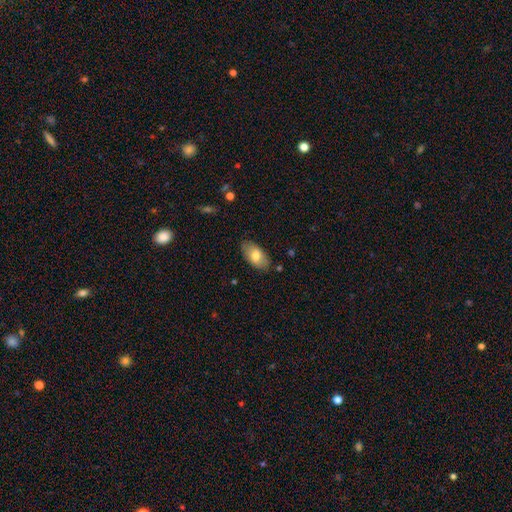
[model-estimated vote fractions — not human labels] smooth 75%, featured or disk 19%, star or artifact 6%. Down the decision tree: how rounded — in between (93%); merging — none (84%).